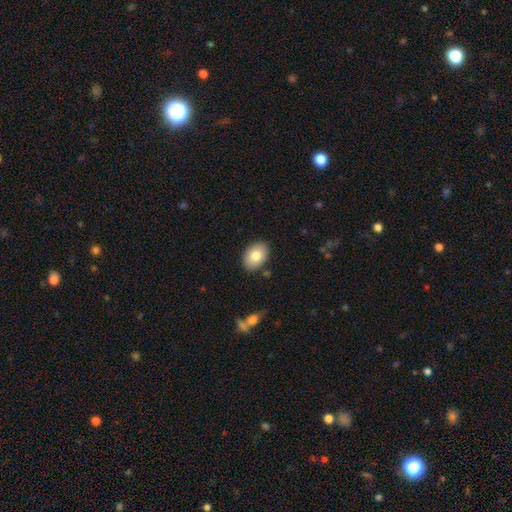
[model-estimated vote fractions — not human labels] Smooth or featured: smooth — 80% (featured or disk — 13%)
How rounded: in between — 84% (round — 15%)
Merging: none — 87% (minor disturbance — 9%)